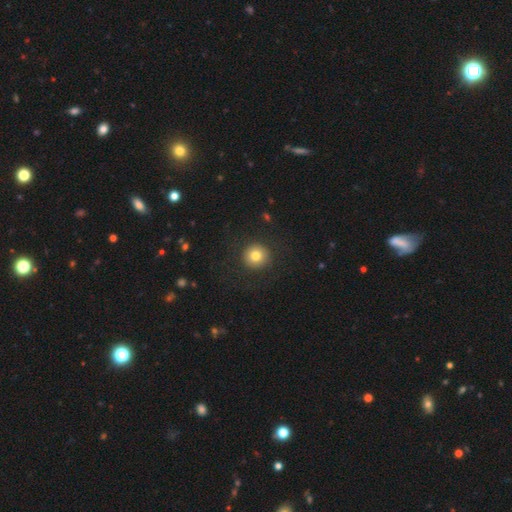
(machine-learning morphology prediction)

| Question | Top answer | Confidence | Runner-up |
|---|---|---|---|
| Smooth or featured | smooth | 79% | star or artifact (11%) |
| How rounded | round | 95% | in between (4%) |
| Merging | none | 89% | minor disturbance (6%) |